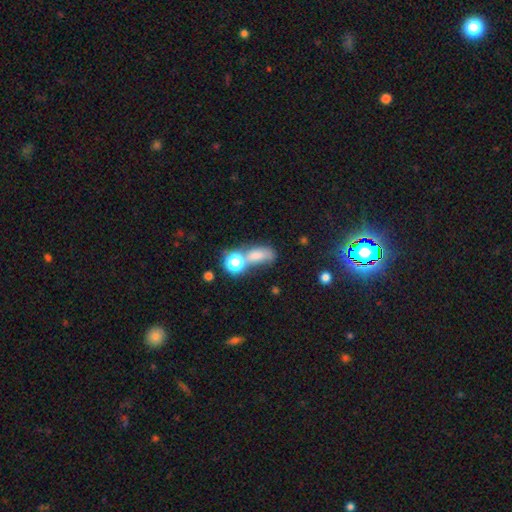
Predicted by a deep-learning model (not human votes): Smooth or featured? Predicted: smooth (p=0.66). How rounded? Predicted: in between (p=0.71). Merging? Predicted: merger (p=0.37).